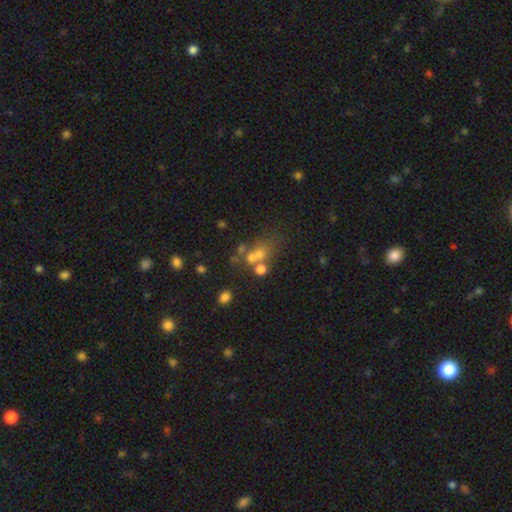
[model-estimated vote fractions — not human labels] smooth-or-featured: smooth: 47% | star or artifact: 30% | featured or disk: 23%
  merging: none: 41% | merger: 38% | minor disturbance: 11% | major disturbance: 10%